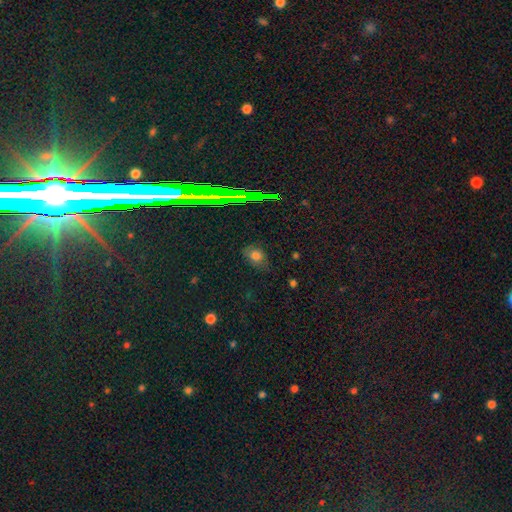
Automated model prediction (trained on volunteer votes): A smooth galaxy with no disk features (70%) that is in between round and cigar-shaped (55%). Merging: none (69%).